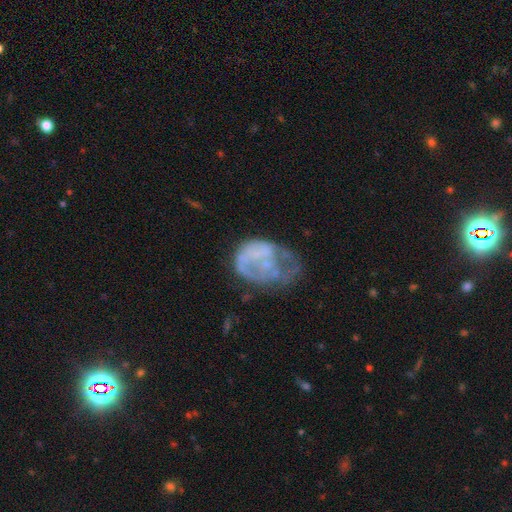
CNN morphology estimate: A featured or disk galaxy (58%) with no bar (86%), no spiral arms (79%) and no central bulge (72%).

Vote fractions:
- Smooth or featured? featured or disk: 58% / smooth: 31% / star or artifact: 11%
- Edge-on disk? no: 98% / yes: 2%
- Bar? no: 86% / weak: 11% / strong: 3%
- Spiral arms? no: 79% / yes: 21%
- Bulge size? none: 72% / small: 16% / moderate: 9% / large: 3% / dominant: 1%
- Merging? major disturbance: 41% / none: 28% / minor disturbance: 24% / merger: 7%